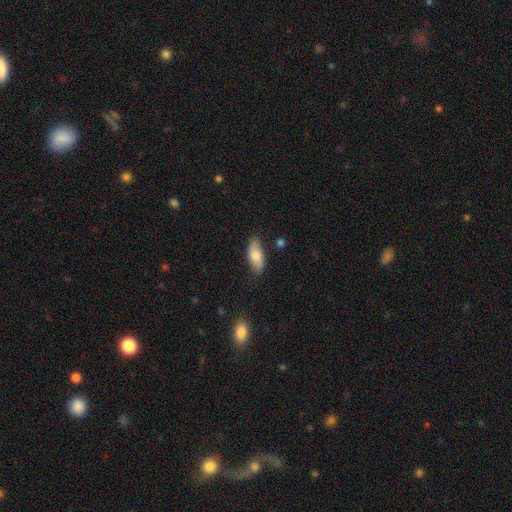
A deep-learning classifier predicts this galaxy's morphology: This appears to be a smooth galaxy with no disk features (71%) that is in between round and cigar-shaped (86%). Merging: none (81%).